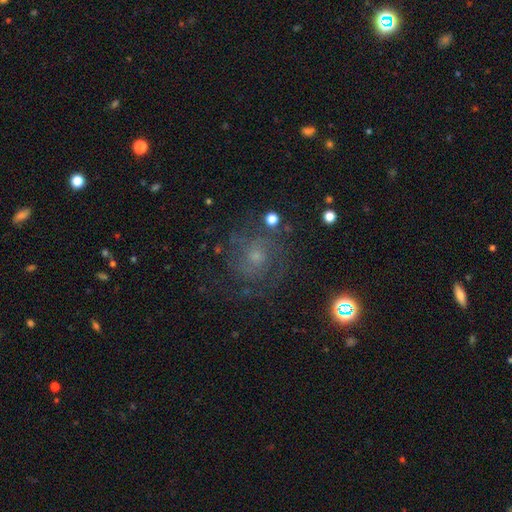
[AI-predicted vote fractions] The model was most divided on "bulge size": small: 54%, moderate: 34%, none: 6%, large: 4%, dominant: 1%. More confident: edge-on disk — no (97%); spiral arms — yes (85%); bar — no (75%); merging — none (72%); smooth or featured — featured or disk (58%).